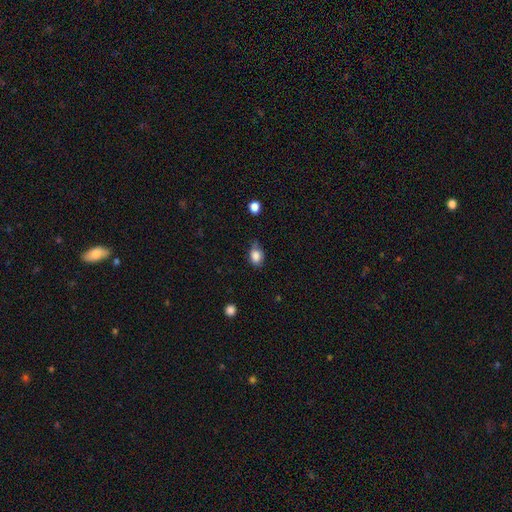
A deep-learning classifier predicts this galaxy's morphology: A smooth galaxy with no disk features (84%) that is in between round and cigar-shaped (67%).

Vote fractions:
- Smooth or featured? smooth: 84% / star or artifact: 9% / featured or disk: 7%
- How rounded? in between: 67% / round: 31% / cigar-shaped: 2%
- Merging? none: 52% / minor disturbance: 37% / major disturbance: 8% / merger: 3%